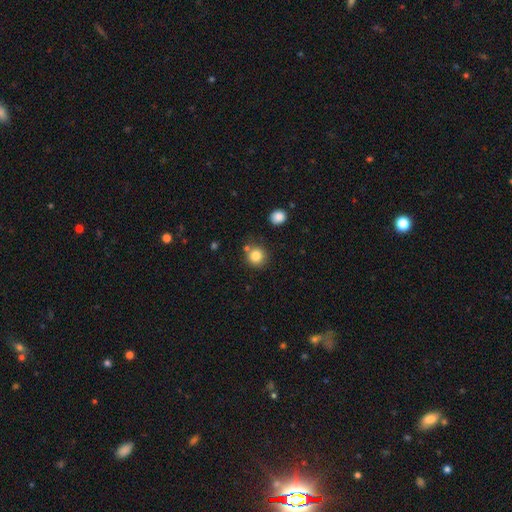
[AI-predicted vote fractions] This appears to be a smooth galaxy with no disk features (83%) that is round (91%). Merging: none (75%).